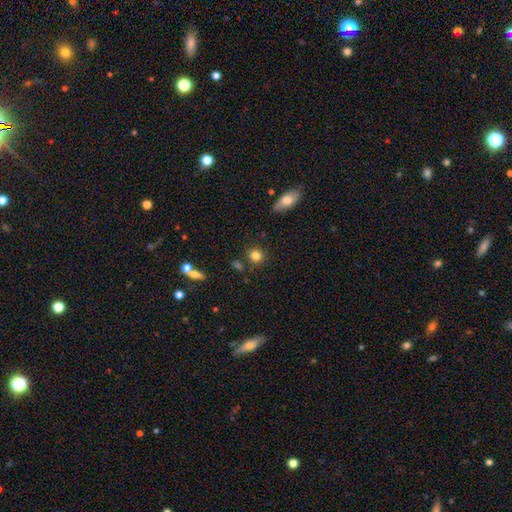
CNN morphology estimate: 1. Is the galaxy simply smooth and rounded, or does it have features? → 83% smooth, 11% star or artifact, 7% featured or disk.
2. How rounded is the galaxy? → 82% round, 16% in between, 1% cigar-shaped.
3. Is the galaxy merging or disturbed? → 82% none, 9% minor disturbance, 6% merger, 3% major disturbance.